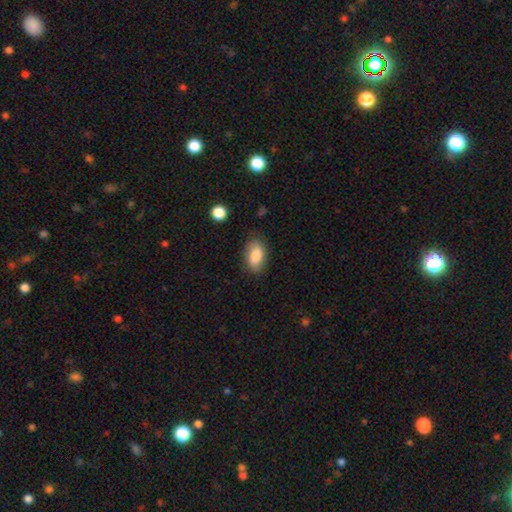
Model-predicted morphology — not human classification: type=smooth (80%); roundness=in between (91%); merging=none (79%).